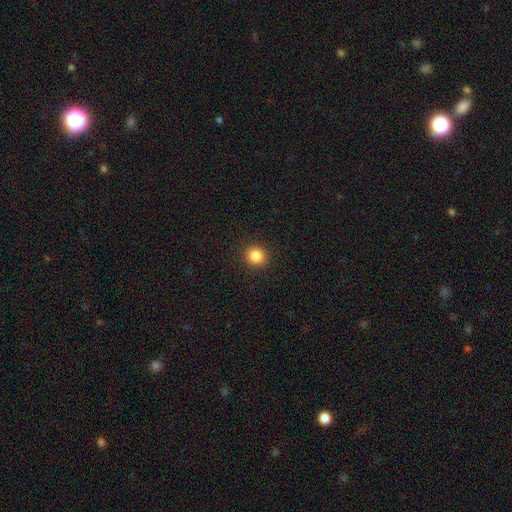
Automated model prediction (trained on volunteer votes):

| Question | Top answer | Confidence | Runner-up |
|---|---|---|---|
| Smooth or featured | smooth | 85% | star or artifact (11%) |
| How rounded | round | 91% | in between (8%) |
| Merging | none | 92% | minor disturbance (5%) |